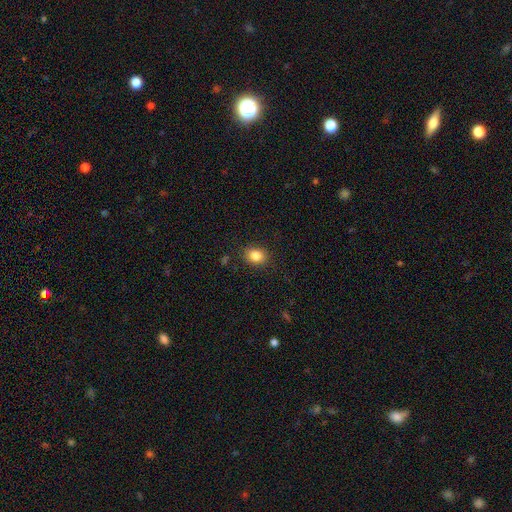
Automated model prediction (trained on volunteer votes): Q: Smooth or featured?
A: smooth (85%); runner-up: star or artifact (10%)
Q: How rounded?
A: in between (53%); runner-up: round (46%)
Q: Merging?
A: none (87%); runner-up: minor disturbance (9%)